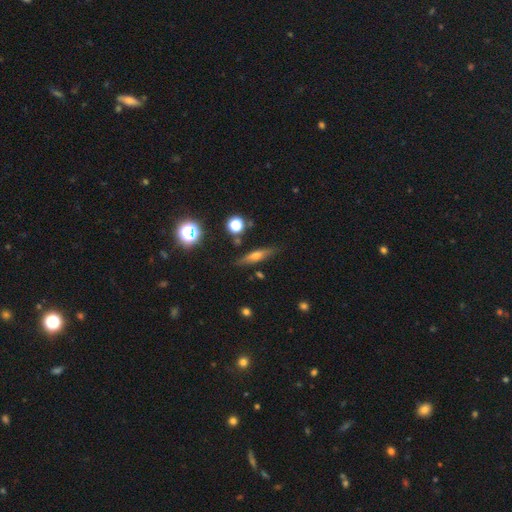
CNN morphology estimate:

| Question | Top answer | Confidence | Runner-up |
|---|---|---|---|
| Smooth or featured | featured or disk | 46% | smooth (42%) |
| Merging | none | 84% | minor disturbance (11%) |